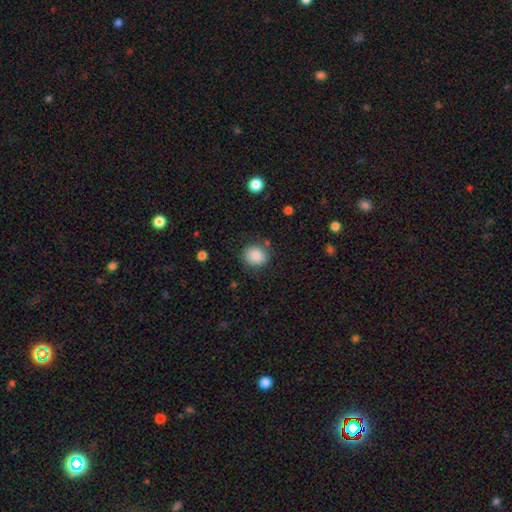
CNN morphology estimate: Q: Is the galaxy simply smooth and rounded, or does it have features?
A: smooth — 86%.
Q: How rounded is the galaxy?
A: round — 77%.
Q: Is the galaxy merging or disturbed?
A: none — 82%.